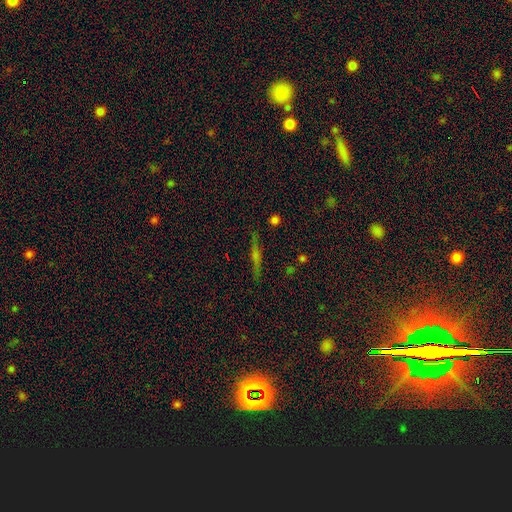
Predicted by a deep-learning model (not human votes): A featured or disk galaxy (55%) viewed edge-on (95%) with a rounded central bulge (66%). Merging: none (88%).